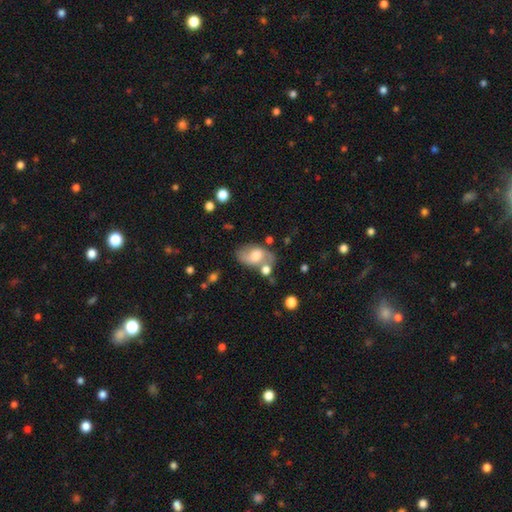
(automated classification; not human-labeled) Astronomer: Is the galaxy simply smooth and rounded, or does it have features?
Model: smooth — 51% (runner-up: featured or disk, 41%).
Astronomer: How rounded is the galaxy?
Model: in between — 87%.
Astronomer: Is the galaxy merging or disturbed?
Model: none — 56%.